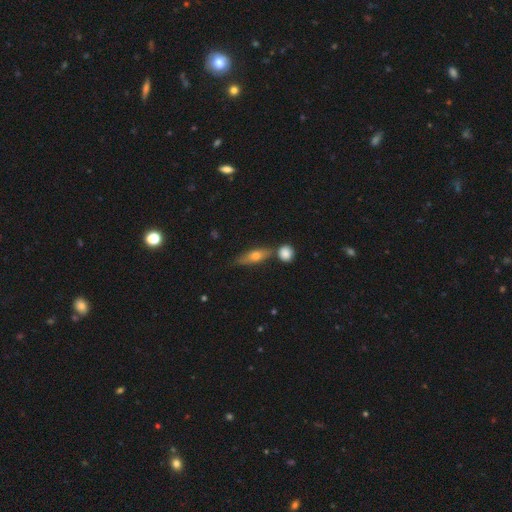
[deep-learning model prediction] Smooth or featured?
  - smooth: 56% *
  - featured or disk: 36%
  - star or artifact: 8%
How rounded?
  - in between: 48% *
  - cigar-shaped: 47%
  - round: 6%
Merging?
  - none: 60% *
  - minor disturbance: 18%
  - merger: 17%
  - major disturbance: 5%